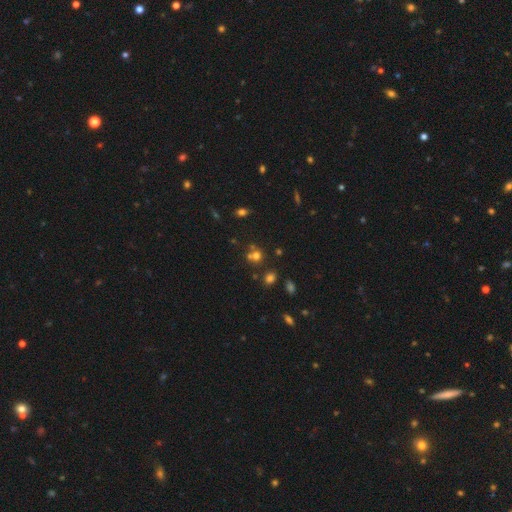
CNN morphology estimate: Smooth or featured? smooth (62%)
How rounded? round (84%)
Merging? none (57%)